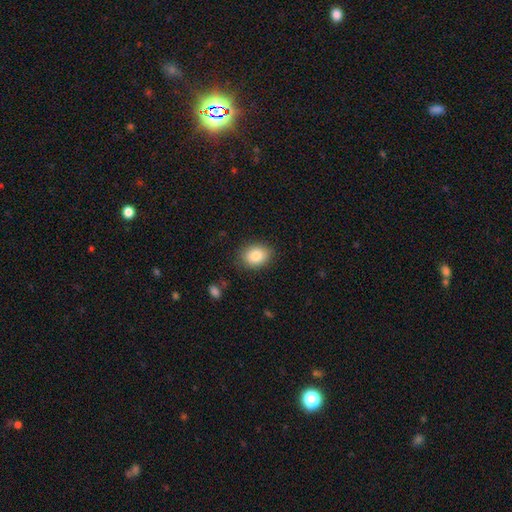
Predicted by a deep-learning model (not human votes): A smooth galaxy with no disk features (86%) that is in between round and cigar-shaped (59%). Merging: none (85%).